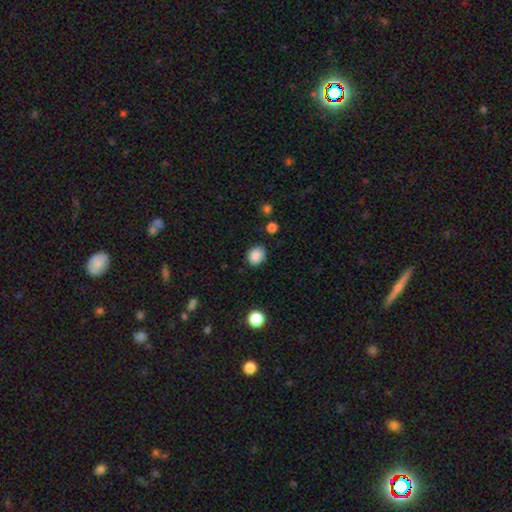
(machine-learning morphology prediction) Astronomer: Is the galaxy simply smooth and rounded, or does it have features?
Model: smooth — 87%.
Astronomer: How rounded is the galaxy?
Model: round — 60% (runner-up: in between, 39%).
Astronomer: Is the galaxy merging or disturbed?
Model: none — 82%.